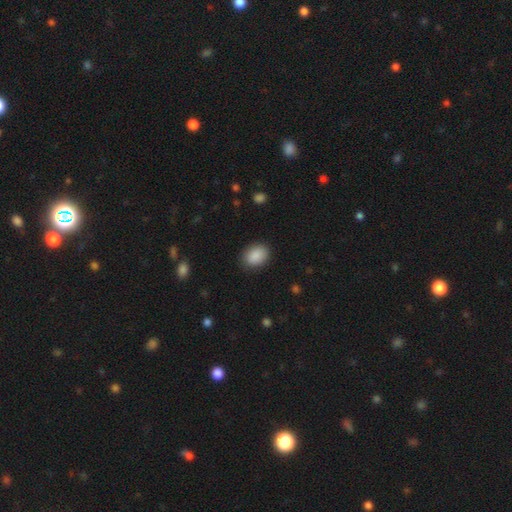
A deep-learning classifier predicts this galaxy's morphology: A smooth galaxy with no disk features (89%) that is in between round and cigar-shaped (68%). Merging: none (87%).